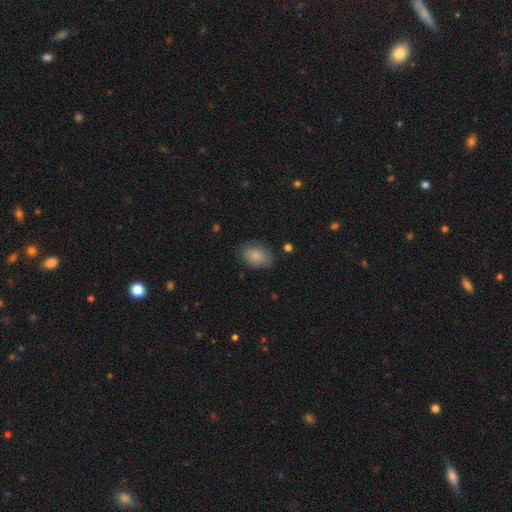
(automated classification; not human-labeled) Overall: smooth (84%). How rounded: in between (83%). Merging: none (75%).